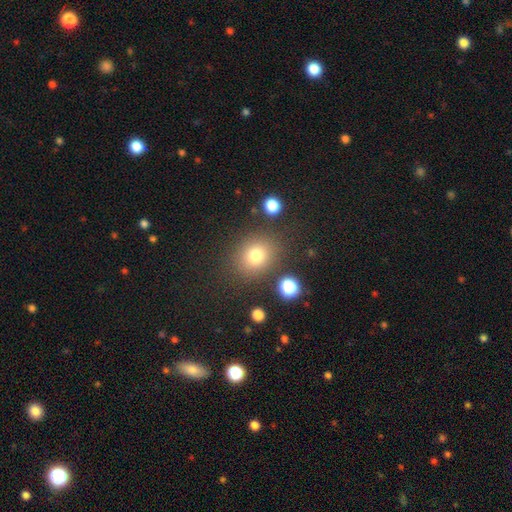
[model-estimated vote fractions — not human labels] A smooth galaxy with no disk features (77%) that is round (69%).

Vote fractions:
- Smooth or featured? smooth: 77% / star or artifact: 14% / featured or disk: 9%
- How rounded? round: 69% / in between: 30% / cigar-shaped: 1%
- Merging? none: 81% / minor disturbance: 10% / major disturbance: 5% / merger: 4%